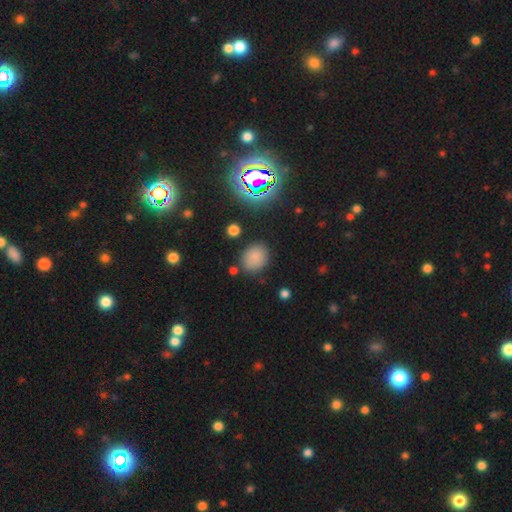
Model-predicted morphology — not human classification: type=smooth (78%); roundness=round (53%); merging=none (81%).